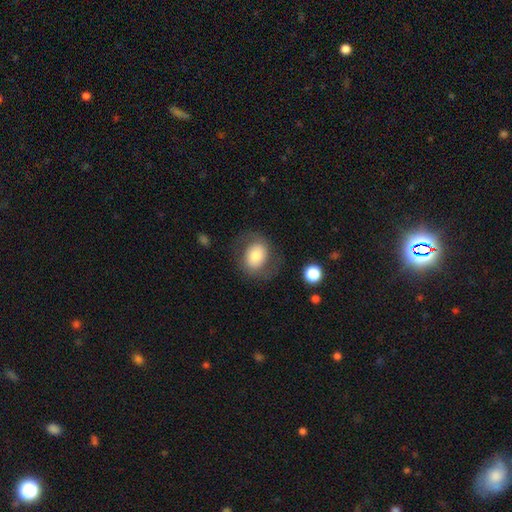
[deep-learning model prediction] smooth_or_featured: smooth (p=0.57) [alt: featured or disk p=0.35]
how_rounded: round (p=0.50) [alt: in between p=0.49]
merging: none (p=0.68) [alt: minor disturbance p=0.17]